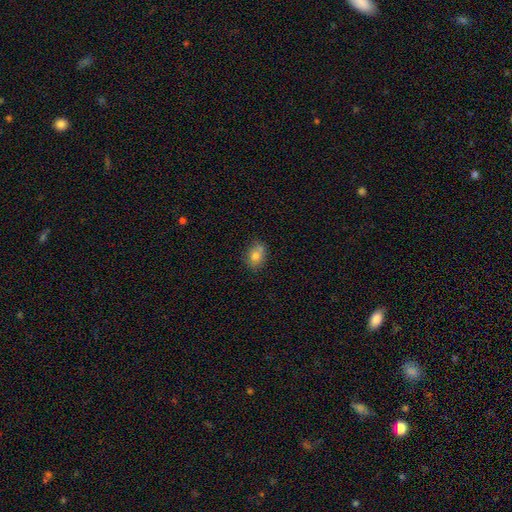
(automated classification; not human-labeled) Smooth or featured: smooth — 76% (featured or disk — 13%)
How rounded: in between — 55% (round — 44%)
Merging: none — 62% (merger — 18%)